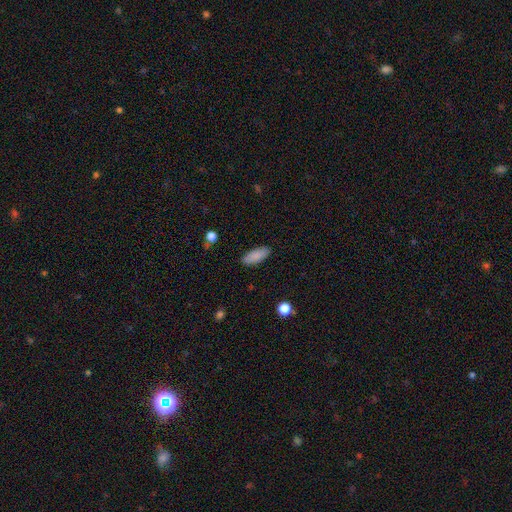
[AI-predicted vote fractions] Overall: smooth (88%). How rounded: in between (74%). Merging: none (88%).